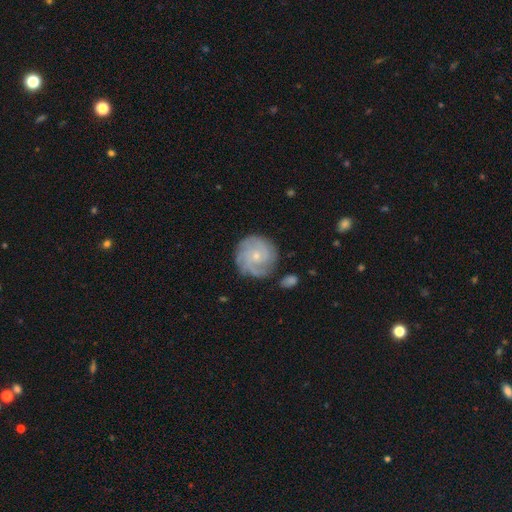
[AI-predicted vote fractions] smooth_or_featured: featured or disk (p=0.76) [alt: smooth p=0.17]
disk_edge_on: no (p=0.98) [alt: yes p=0.02]
bar: no (p=0.77) [alt: weak p=0.20]
has_spiral_arms: yes (p=0.94) [alt: no p=0.06]
spiral_winding: tight (p=0.64) [alt: medium p=0.28]
spiral_arm_count: 3 (p=0.28) [alt: can't tell p=0.27]
bulge_size: small (p=0.74) [alt: moderate p=0.23]
merging: none (p=0.77) [alt: minor disturbance p=0.15]